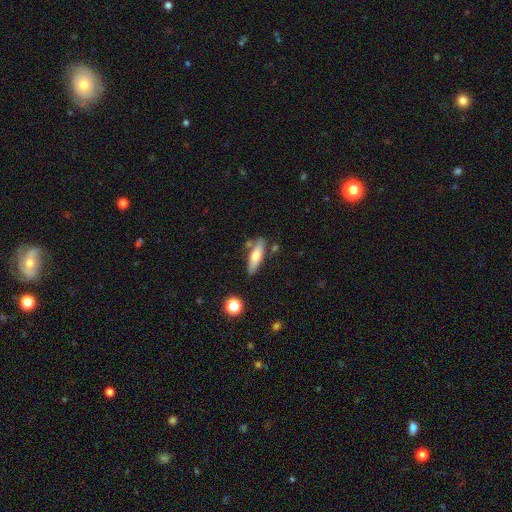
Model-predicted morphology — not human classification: smooth_or_featured: smooth (p=0.63) [alt: featured or disk p=0.30]
how_rounded: cigar-shaped (p=0.57) [alt: in between p=0.40]
merging: none (p=0.75) [alt: minor disturbance p=0.14]